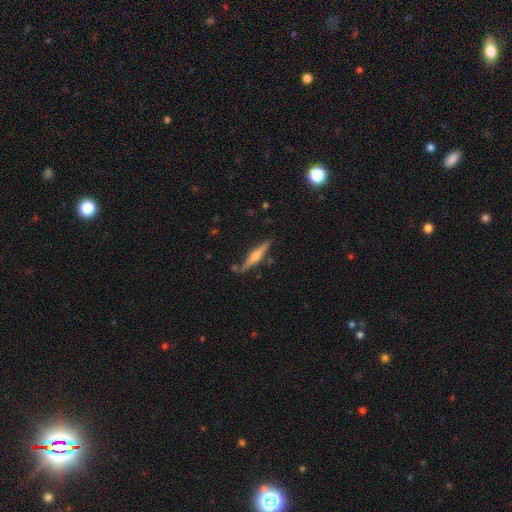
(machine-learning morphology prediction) A featured or disk galaxy (71%) viewed edge-on (97%) with a rounded central bulge (89%).

Vote fractions:
- Smooth or featured? featured or disk: 71% / smooth: 23% / star or artifact: 6%
- Edge-on disk? yes: 97% / no: 3%
- Edge-on bulge? rounded: 89% / boxy: 7% / none: 4%
- Merging? none: 84% / minor disturbance: 10% / merger: 3% / major disturbance: 2%